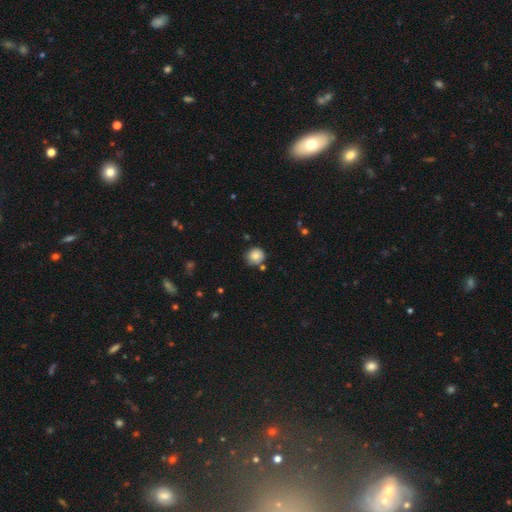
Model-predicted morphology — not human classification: The model was most divided on "merging": none: 71%, minor disturbance: 18%, merger: 7%, major disturbance: 4%. More confident: how rounded — round (88%); smooth or featured — smooth (84%).